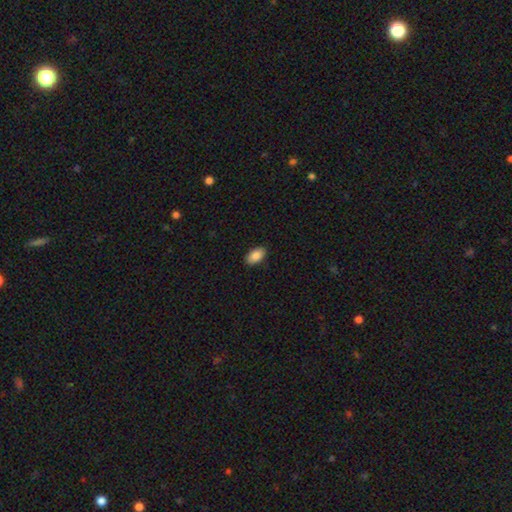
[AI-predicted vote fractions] A smooth galaxy with no disk features (87%) that is in between round and cigar-shaped (94%). Merging: none (89%).